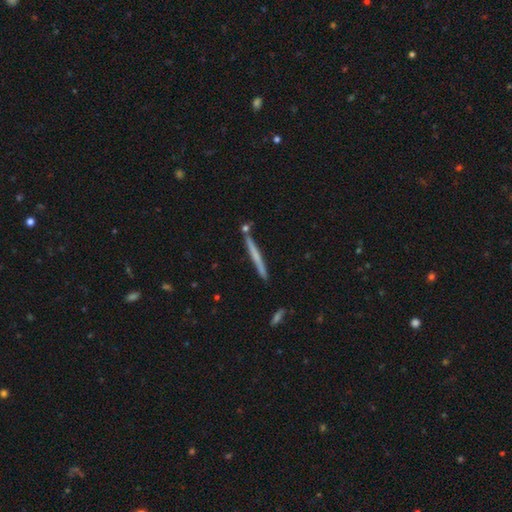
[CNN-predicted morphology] A smooth galaxy with no disk features (49%). Merging: none (85%).